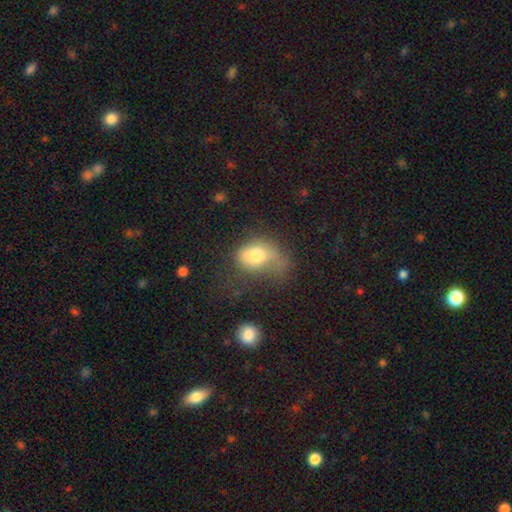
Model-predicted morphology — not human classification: This appears to be a smooth galaxy with no disk features (71%) that is in between round and cigar-shaped (76%). Merging: major disturbance (40%).